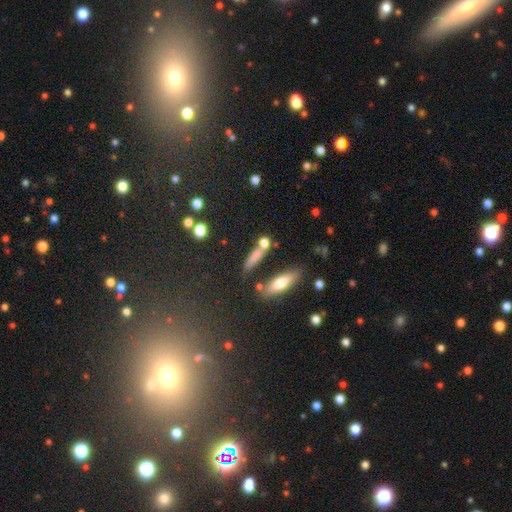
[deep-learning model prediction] smooth-or-featured: smooth: 69% | featured or disk: 18% | star or artifact: 13%
  how-rounded: cigar-shaped: 61% | in between: 24% | round: 15%
  merging: none: 58% | merger: 21% | minor disturbance: 15% | major disturbance: 7%